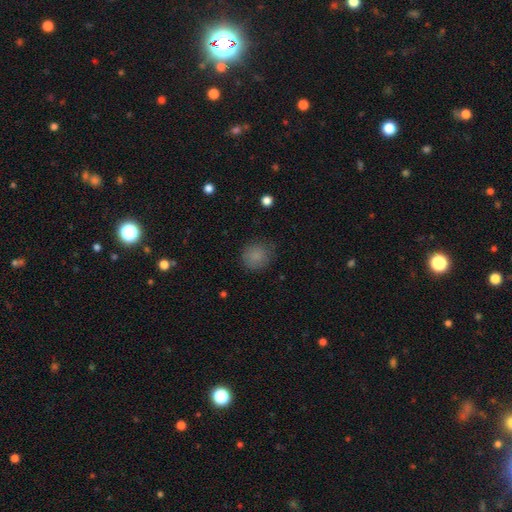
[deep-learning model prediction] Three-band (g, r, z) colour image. It shows a smooth galaxy with no disk features (84%) that is round (83%). Merging: none (79%).